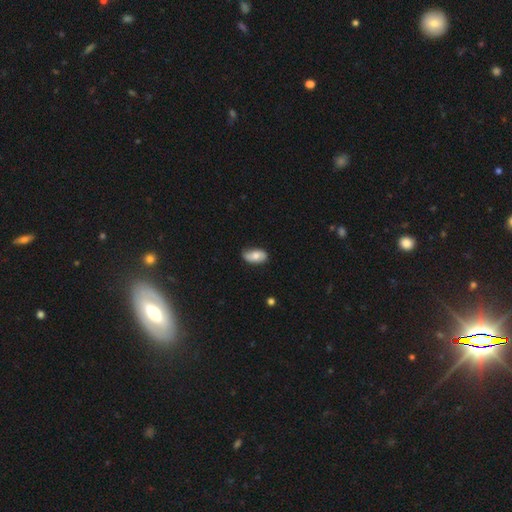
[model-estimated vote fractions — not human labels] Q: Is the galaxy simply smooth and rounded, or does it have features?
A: smooth — 70%.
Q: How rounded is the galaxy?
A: in between — 93%.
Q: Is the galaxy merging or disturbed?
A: none — 69%.